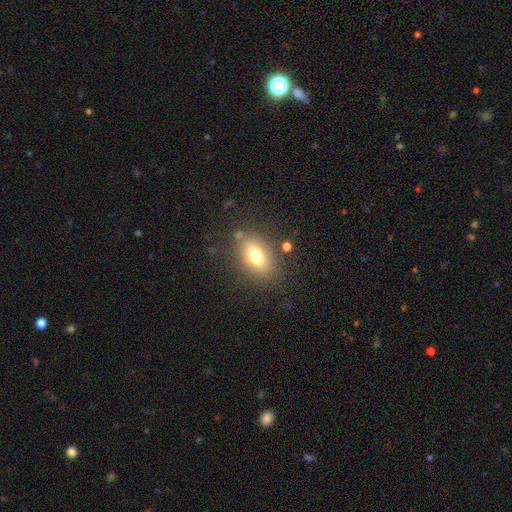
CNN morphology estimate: Overall: smooth (73%). How rounded: in between (84%). Merging: none (78%).